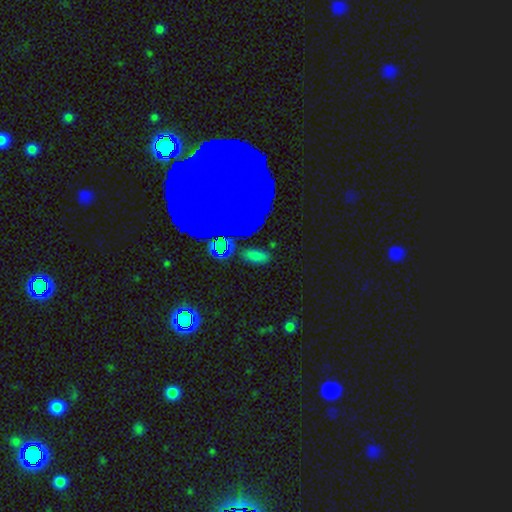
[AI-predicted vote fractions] Smooth or featured?
  - smooth: 42% *
  - star or artifact: 33%
  - featured or disk: 25%
Merging?
  - none: 84% *
  - minor disturbance: 9%
  - major disturbance: 4%
  - merger: 3%